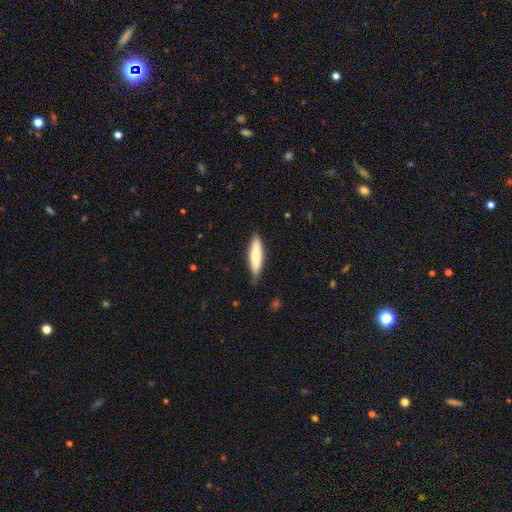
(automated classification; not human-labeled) Smooth or featured? smooth (72%)
How rounded? cigar-shaped (76%)
Merging? none (83%)